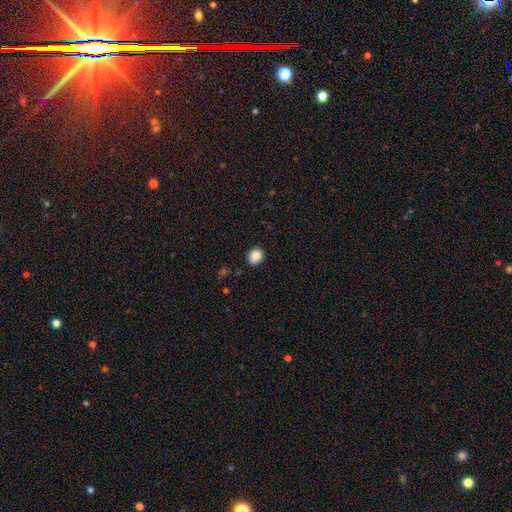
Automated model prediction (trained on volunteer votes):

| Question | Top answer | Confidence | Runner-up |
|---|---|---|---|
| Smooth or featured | smooth | 83% | star or artifact (10%) |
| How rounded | round | 67% | in between (32%) |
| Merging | none | 76% | minor disturbance (18%) |